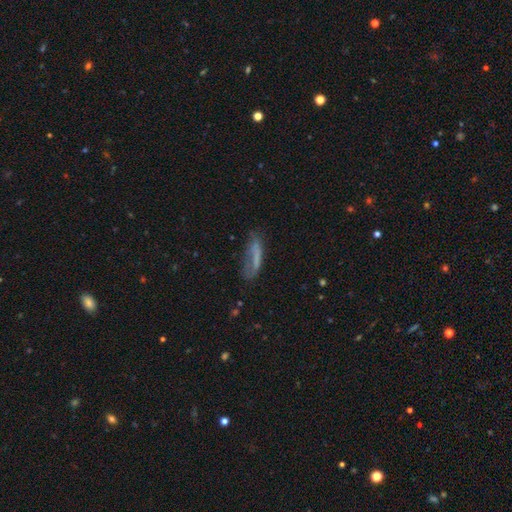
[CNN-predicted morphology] Smooth or featured? smooth (60%)
How rounded? cigar-shaped (66%)
Merging? none (46%)